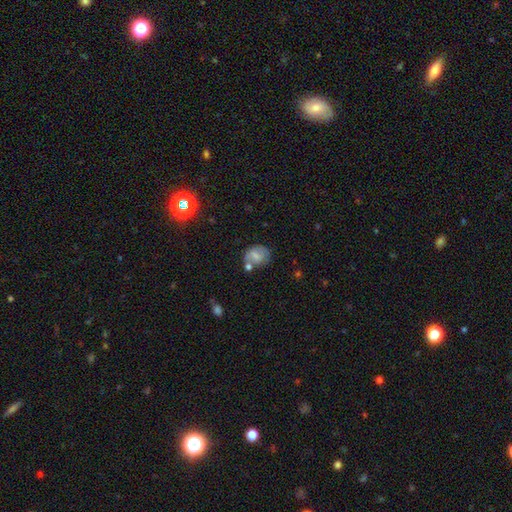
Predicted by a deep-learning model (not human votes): smooth_or_featured: smooth (p=0.55) [alt: featured or disk p=0.35]
how_rounded: in between (p=0.50) [alt: round p=0.48]
merging: none (p=0.49) [alt: minor disturbance p=0.22]